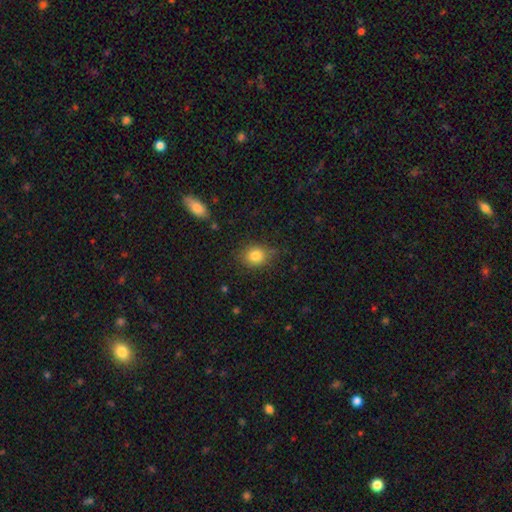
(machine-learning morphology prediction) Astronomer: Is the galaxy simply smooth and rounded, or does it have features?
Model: smooth — 83%.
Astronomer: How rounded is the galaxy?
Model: round — 63%.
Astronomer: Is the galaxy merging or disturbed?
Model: none — 78%.